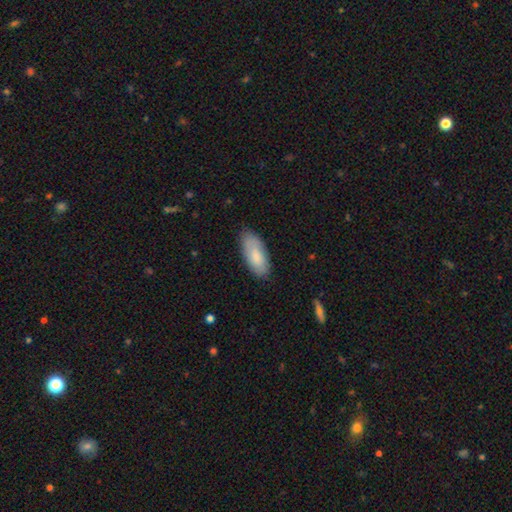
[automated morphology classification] Smooth or featured? smooth (77%)
How rounded? in between (86%)
Merging? none (80%)